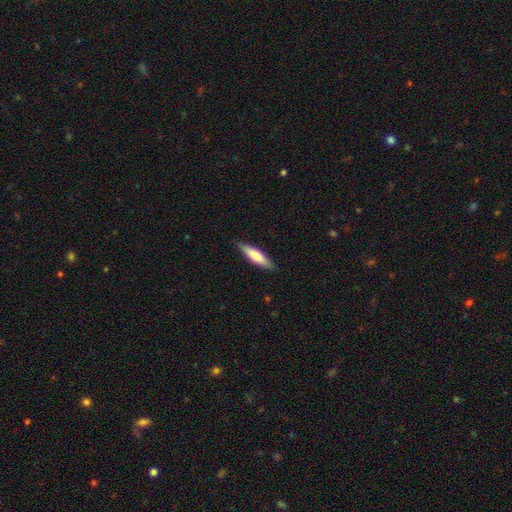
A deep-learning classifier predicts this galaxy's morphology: Smooth or featured? Predicted: smooth (p=0.66). How rounded? Predicted: cigar-shaped (p=0.73). Merging? Predicted: none (p=0.87).